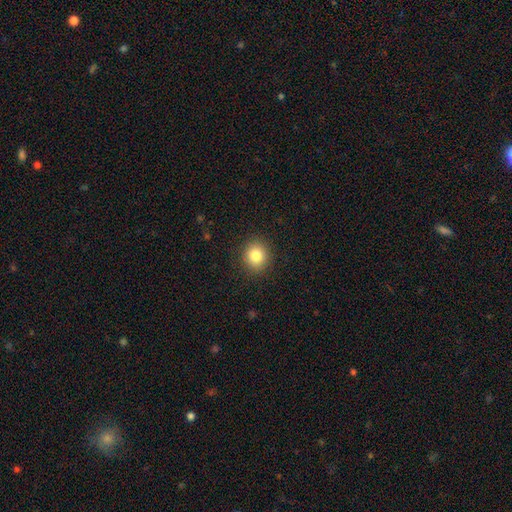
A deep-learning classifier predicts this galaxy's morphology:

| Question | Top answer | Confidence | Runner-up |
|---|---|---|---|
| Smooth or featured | smooth | 83% | star or artifact (11%) |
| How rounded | round | 83% | in between (16%) |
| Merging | none | 90% | minor disturbance (7%) |